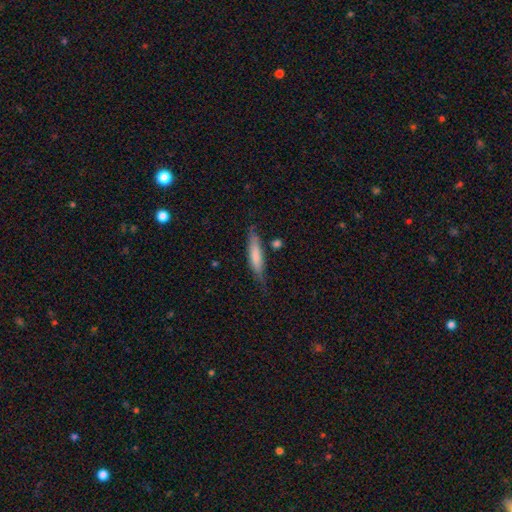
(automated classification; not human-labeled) The model was most divided on "smooth or featured": smooth: 70%, featured or disk: 25%, star or artifact: 6%. More confident: how rounded — cigar-shaped (83%); merging — none (70%).